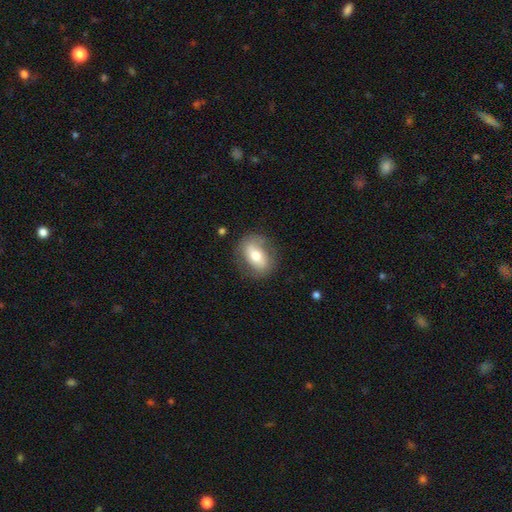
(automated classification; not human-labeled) smooth-or-featured: smooth: 56% | featured or disk: 37% | star or artifact: 7%
  how-rounded: in between: 76% | round: 20% | cigar-shaped: 4%
  merging: none: 77% | minor disturbance: 15% | major disturbance: 6% | merger: 2%